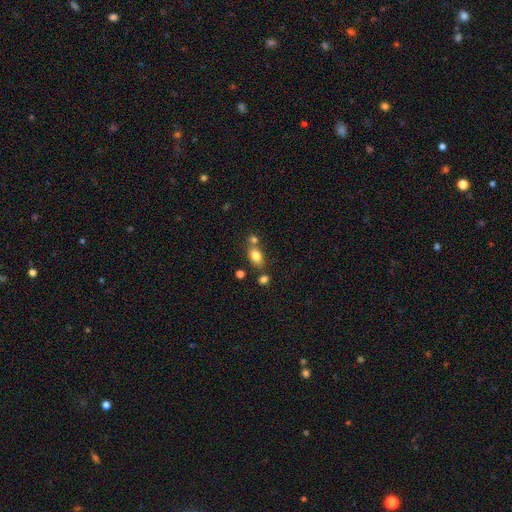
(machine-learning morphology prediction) Smooth or featured: smooth — 81% (featured or disk — 10%)
How rounded: in between — 84% (round — 13%)
Merging: none — 60% (merger — 24%)